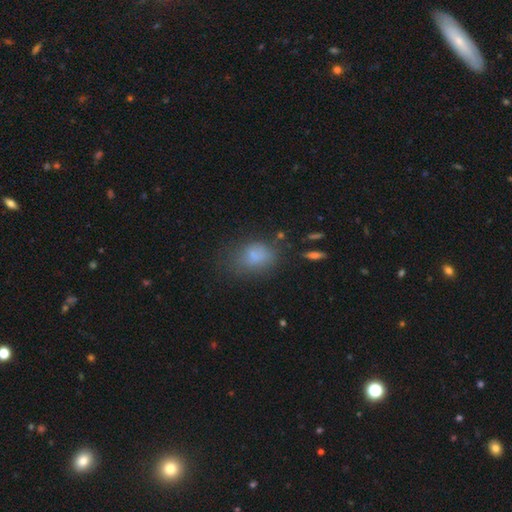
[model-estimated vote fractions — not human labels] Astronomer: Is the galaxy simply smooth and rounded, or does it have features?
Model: smooth — 77%.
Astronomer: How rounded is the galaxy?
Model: in between — 70%.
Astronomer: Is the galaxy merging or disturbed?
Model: none — 55%.